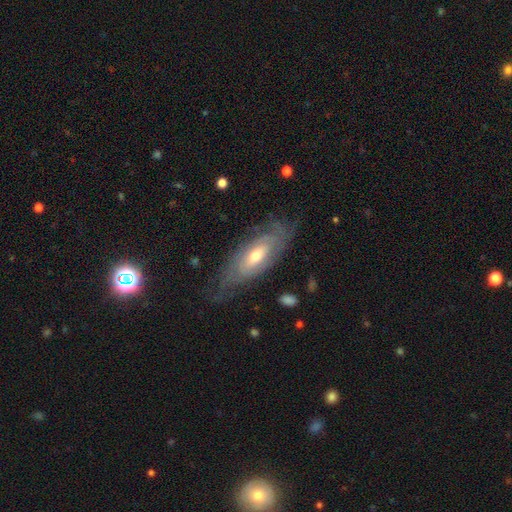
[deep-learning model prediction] Smooth or featured: featured or disk — 69% (smooth — 25%)
Edge-on disk: no — 79% (yes — 21%)
Bar: no — 66% (weak — 27%)
Spiral arms: yes — 75% (no — 25%)
Bulge size: moderate — 64% (small — 26%)
Merging: none — 66% (minor disturbance — 22%)